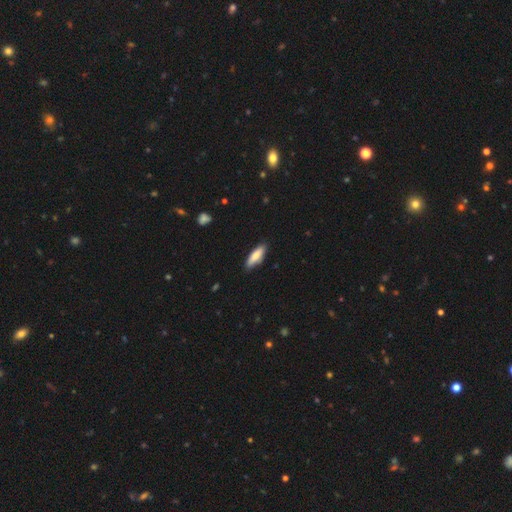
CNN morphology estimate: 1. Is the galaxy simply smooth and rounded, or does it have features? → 77% smooth, 17% featured or disk, 6% star or artifact.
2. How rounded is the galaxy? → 51% cigar-shaped, 48% in between, 2% round.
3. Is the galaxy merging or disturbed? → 85% none, 12% minor disturbance, 2% major disturbance, 1% merger.